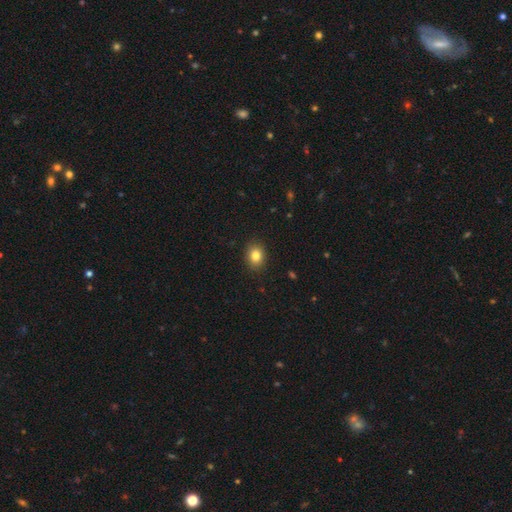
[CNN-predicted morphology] smooth_or_featured: smooth (p=0.83) [alt: star or artifact p=0.10]
how_rounded: round (p=0.50) [alt: in between p=0.49]
merging: none (p=0.89) [alt: minor disturbance p=0.08]